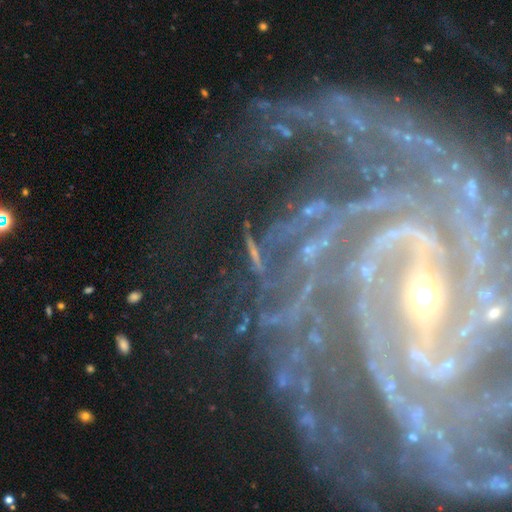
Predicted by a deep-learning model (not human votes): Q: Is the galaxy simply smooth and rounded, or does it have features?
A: star or artifact — 48%.